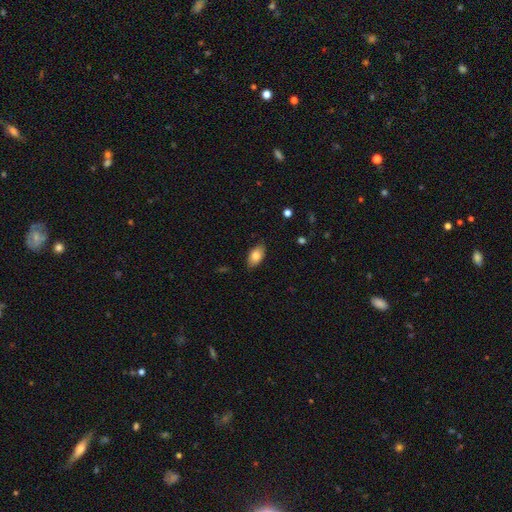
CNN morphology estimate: This is clearly a smooth galaxy (82%). How rounded: clearly in between (93%). Merging: clearly none (85%).